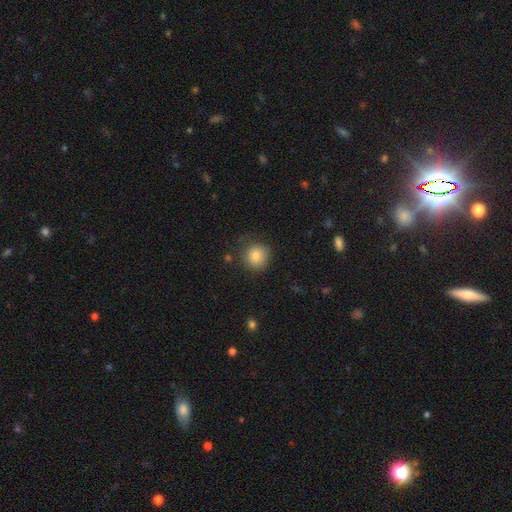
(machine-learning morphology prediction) smooth-or-featured: smooth: 82% | star or artifact: 10% | featured or disk: 8%
  how-rounded: round: 90% | in between: 9% | cigar-shaped: 1%
  merging: none: 79% | minor disturbance: 15% | major disturbance: 5% | merger: 2%